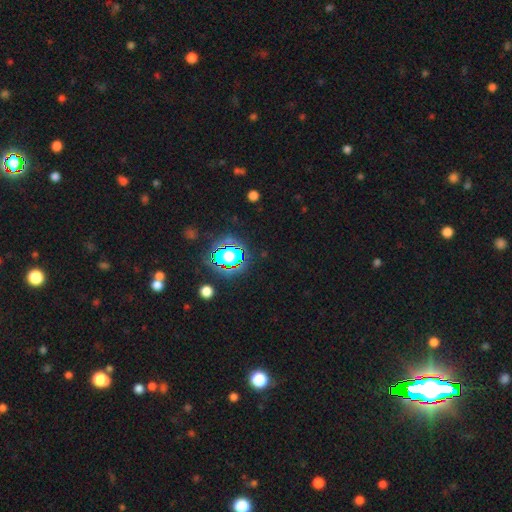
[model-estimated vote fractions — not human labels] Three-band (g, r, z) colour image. It shows a star or artifact, not a galaxy (78%).